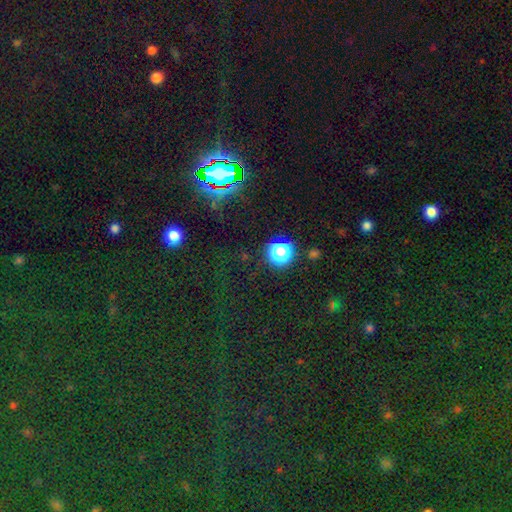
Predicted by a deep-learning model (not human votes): A star or artifact, not a galaxy (76%).

Vote fractions:
- Smooth or featured? star or artifact: 76% / smooth: 17% / featured or disk: 6%